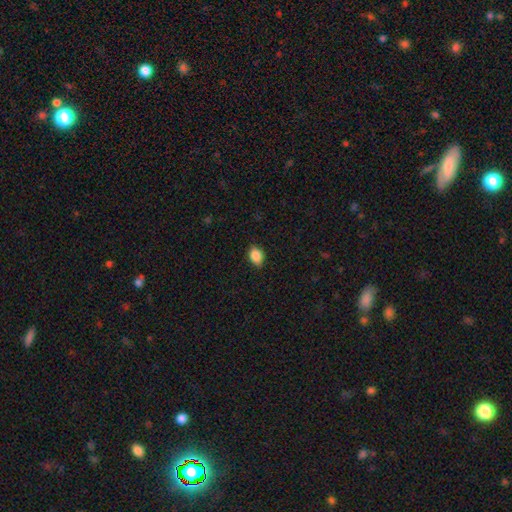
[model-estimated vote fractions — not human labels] This is clearly a smooth galaxy (88%). How rounded: likely in between (75%). Merging: clearly none (86%).